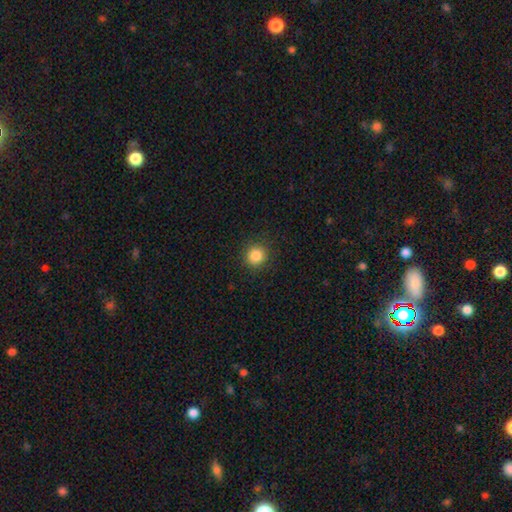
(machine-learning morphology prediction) This appears to be a smooth galaxy with no disk features (85%) that is round (93%). Merging: none (90%).